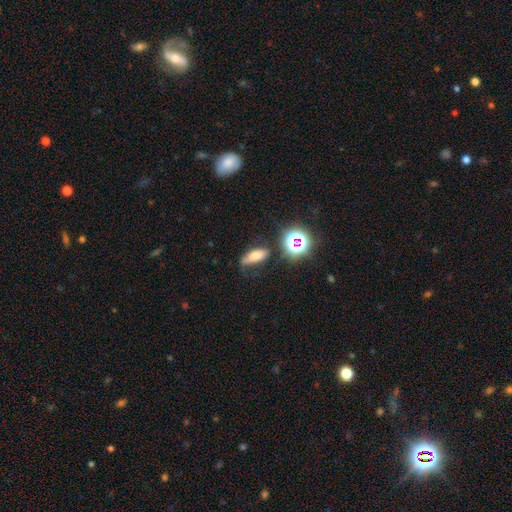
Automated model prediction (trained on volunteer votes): Smooth or featured? smooth (66%)
How rounded? in between (67%)
Merging? none (59%)